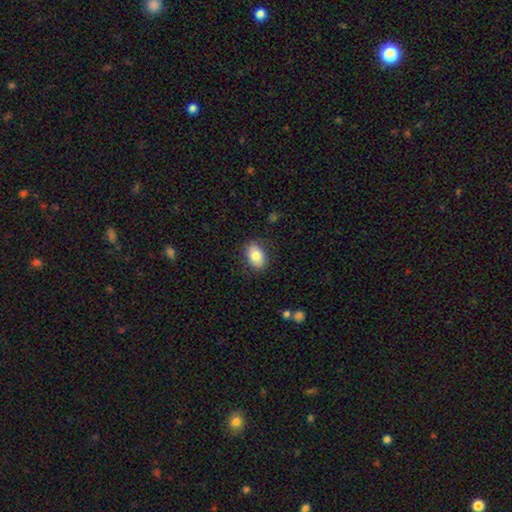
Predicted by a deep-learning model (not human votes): Smooth or featured?
  - smooth: 81% *
  - featured or disk: 11%
  - star or artifact: 7%
How rounded?
  - in between: 85% *
  - round: 14%
  - cigar-shaped: 1%
Merging?
  - none: 84% *
  - minor disturbance: 11%
  - major disturbance: 3%
  - merger: 1%